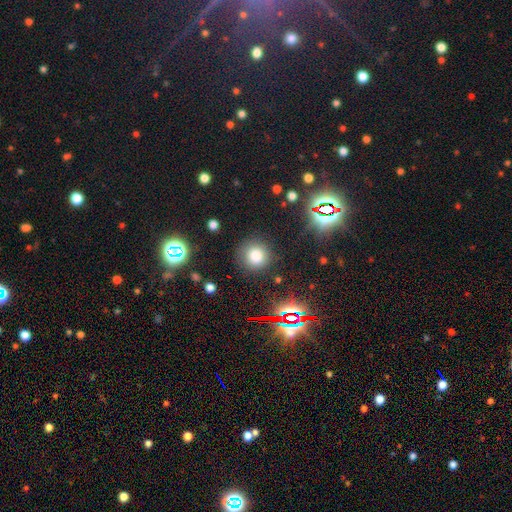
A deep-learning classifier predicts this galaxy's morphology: Smooth or featured? Predicted: smooth (p=0.76). How rounded? Predicted: round (p=0.92). Merging? Predicted: none (p=0.86).